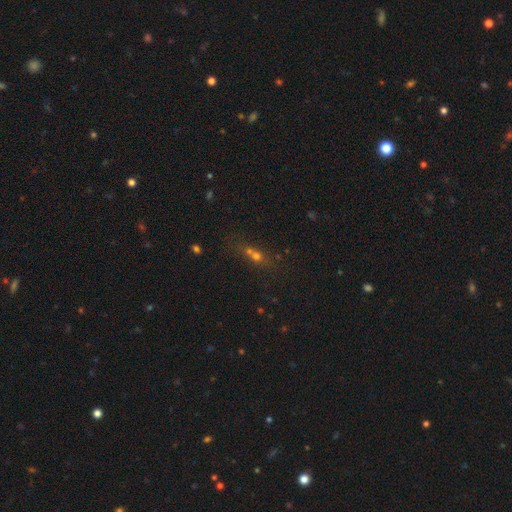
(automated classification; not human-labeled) The model was most divided on "merging": merger: 51%, none: 35%, minor disturbance: 8%, major disturbance: 6%. More confident: how rounded — round (58%); smooth or featured — smooth (51%).